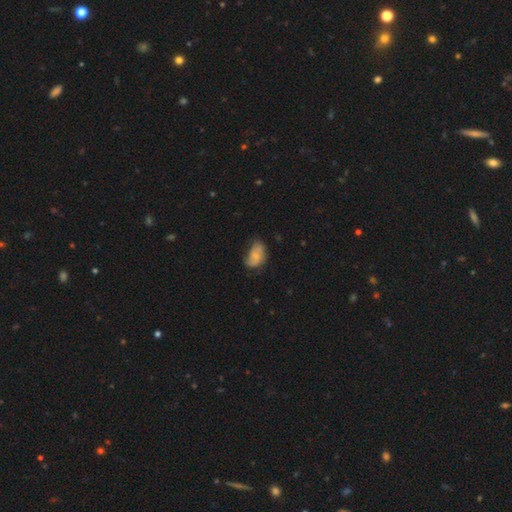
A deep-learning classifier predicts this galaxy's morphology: smooth-or-featured: smooth: 58% | featured or disk: 33% | star or artifact: 9%
  how-rounded: in between: 87% | round: 12% | cigar-shaped: 2%
  merging: none: 44% | minor disturbance: 37% | major disturbance: 16% | merger: 3%